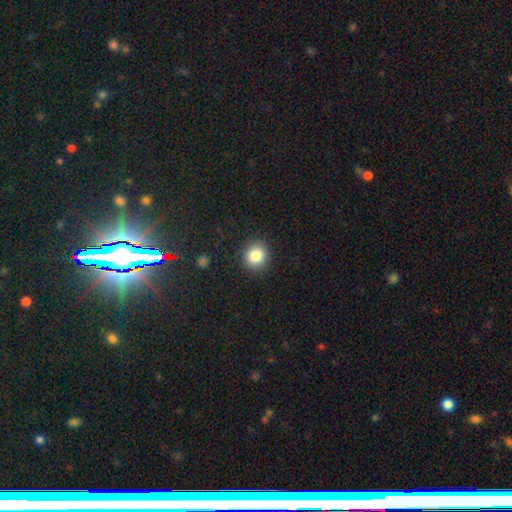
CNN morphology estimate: A smooth galaxy with no disk features (84%) that is round (84%).

Vote fractions:
- Smooth or featured? smooth: 84% / star or artifact: 10% / featured or disk: 6%
- How rounded? round: 84% / in between: 15% / cigar-shaped: 1%
- Merging? none: 89% / minor disturbance: 7% / major disturbance: 2% / merger: 1%